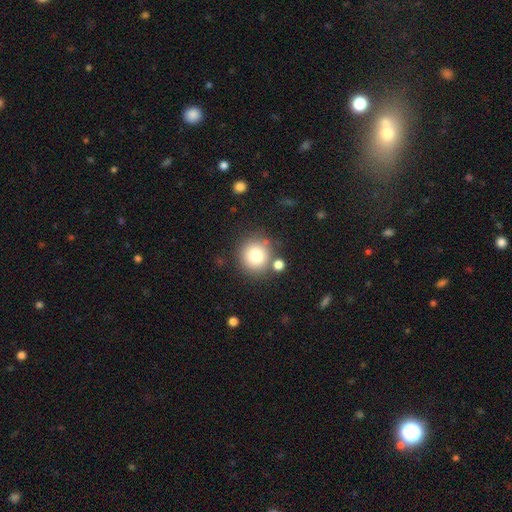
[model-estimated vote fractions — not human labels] Smooth or featured? Predicted: smooth (p=0.77). How rounded? Predicted: round (p=0.91). Merging? Predicted: none (p=0.76).